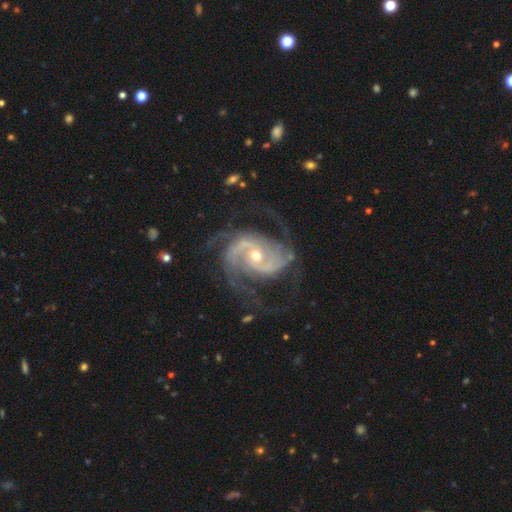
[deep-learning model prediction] A featured or disk galaxy (92%) with no bar (51%), 2 (65%) medium (52%) spiral arms (98%) and a moderate central bulge (52%).

Vote fractions:
- Smooth or featured? featured or disk: 92% / star or artifact: 5% / smooth: 3%
- Edge-on disk? no: 98% / yes: 2%
- Bar? no: 51% / weak: 35% / strong: 14%
- Spiral arms? yes: 98% / no: 2%
- Spiral winding? medium: 52% / tight: 32% / loose: 16%
- Spiral arm count? 2: 65% / 3: 16% / can't tell: 8% / 4: 4% / 1: 4% / more than 4: 4%
- Bulge size? moderate: 52% / small: 44% / large: 2% / none: 1% / dominant: 1%
- Merging? none: 68% / minor disturbance: 17% / major disturbance: 14% / merger: 2%